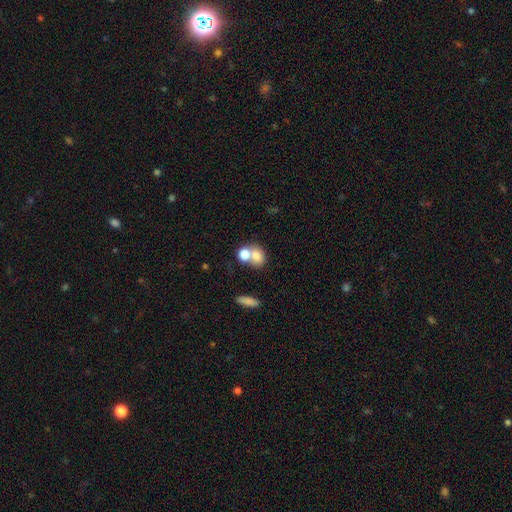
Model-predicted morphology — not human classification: Q: Smooth or featured?
A: smooth (75%); runner-up: featured or disk (14%)
Q: How rounded?
A: in between (51%); runner-up: round (47%)
Q: Merging?
A: merger (55%); runner-up: none (32%)